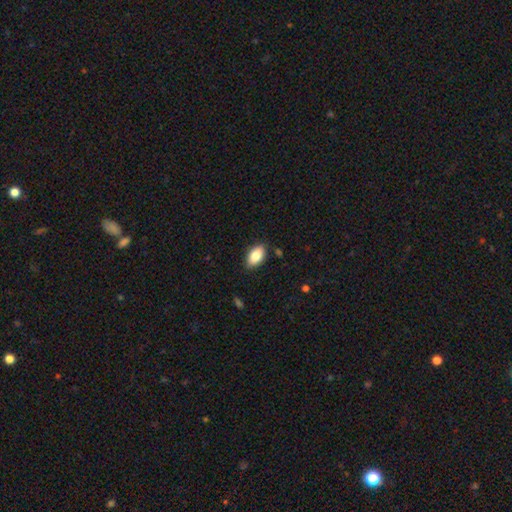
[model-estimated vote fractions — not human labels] This appears to be a smooth galaxy with no disk features (84%) that is in between round and cigar-shaped (92%). Merging: none (87%).